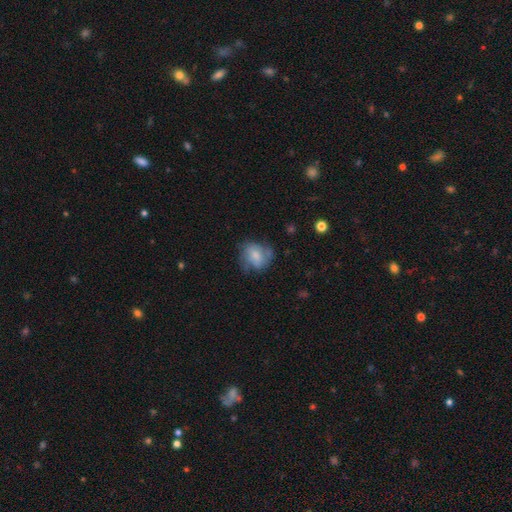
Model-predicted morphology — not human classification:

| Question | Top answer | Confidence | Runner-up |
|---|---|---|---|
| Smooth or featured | smooth | 60% | featured or disk (31%) |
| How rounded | round | 58% | in between (41%) |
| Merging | none | 51% | minor disturbance (30%) |